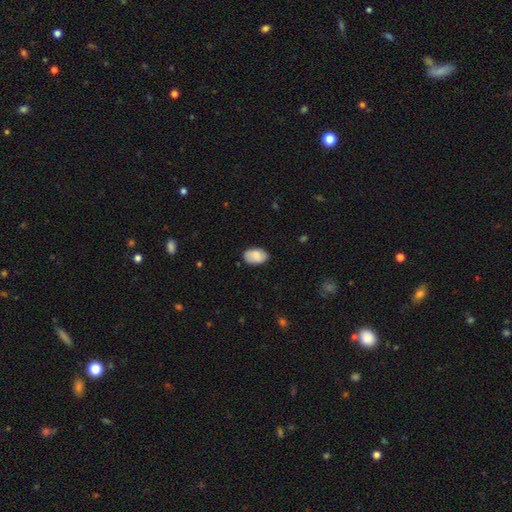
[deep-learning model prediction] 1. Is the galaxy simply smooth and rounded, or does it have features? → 83% smooth, 10% featured or disk, 6% star or artifact.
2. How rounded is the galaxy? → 90% in between, 9% round, 1% cigar-shaped.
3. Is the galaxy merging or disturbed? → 83% none, 14% minor disturbance, 2% major disturbance, 1% merger.